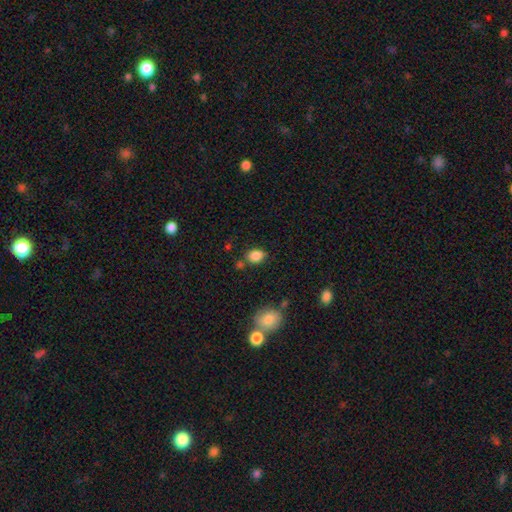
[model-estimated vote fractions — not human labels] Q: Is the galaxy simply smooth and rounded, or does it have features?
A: smooth — 85%.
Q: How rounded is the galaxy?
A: in between — 67%.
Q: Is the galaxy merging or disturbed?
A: none — 71%.